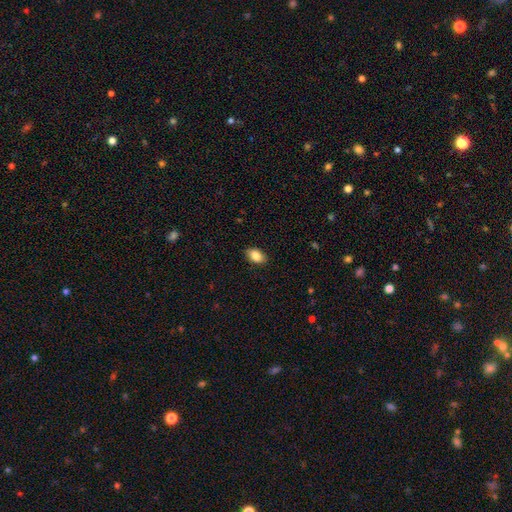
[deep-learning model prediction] Q: Smooth or featured?
A: smooth (86%); runner-up: star or artifact (7%)
Q: How rounded?
A: in between (91%); runner-up: round (8%)
Q: Merging?
A: none (89%); runner-up: minor disturbance (9%)